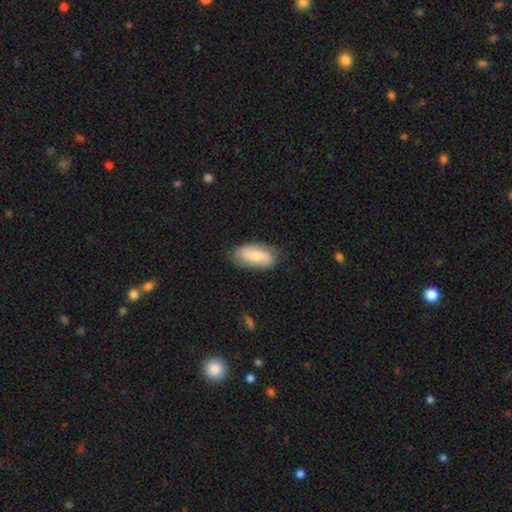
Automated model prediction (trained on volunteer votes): Overall: smooth (56%; featured or disk 38%). How rounded: in between (89%). Merging: none (78%).